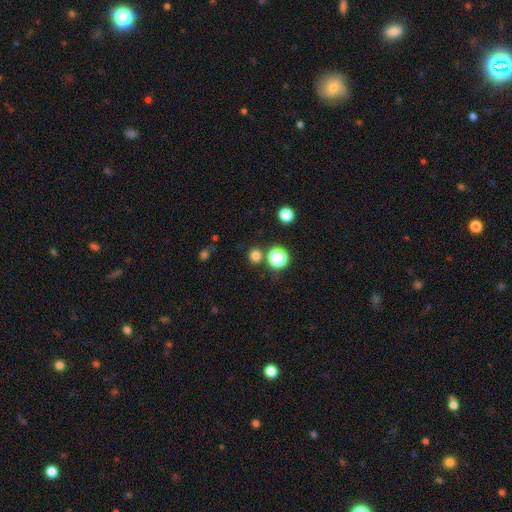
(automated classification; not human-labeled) This is likely a smooth galaxy (76%). How rounded: clearly round (89%). Merging: clearly none (83%).